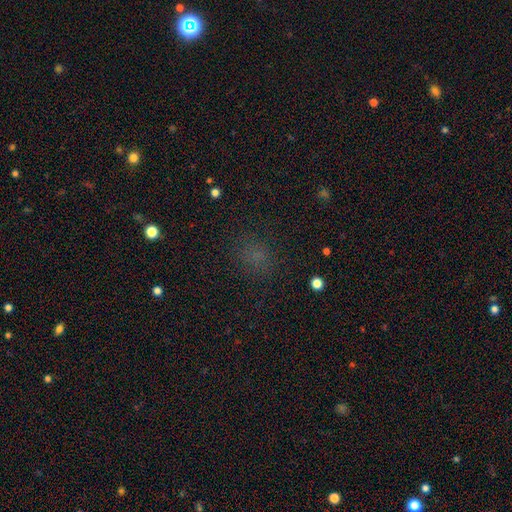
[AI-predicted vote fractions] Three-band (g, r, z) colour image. It shows a smooth galaxy with no disk features (65%) that is round (69%). Merging: none (82%).